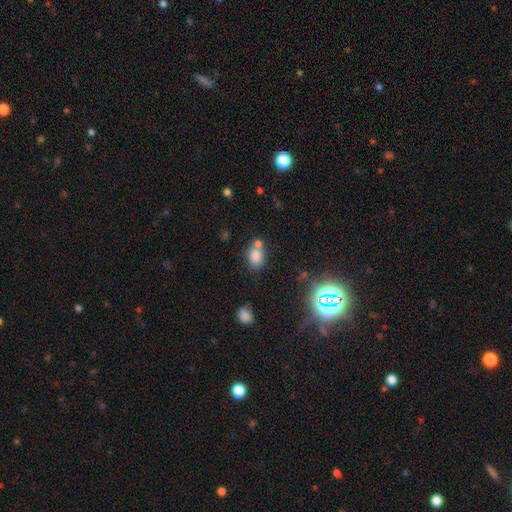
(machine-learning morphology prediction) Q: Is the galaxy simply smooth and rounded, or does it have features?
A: smooth — 78%.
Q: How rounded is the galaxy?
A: in between — 68%.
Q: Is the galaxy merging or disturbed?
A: none — 51%.